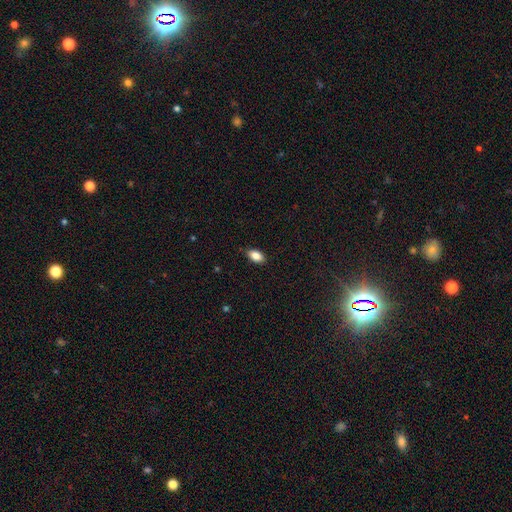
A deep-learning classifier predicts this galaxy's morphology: Smooth or featured?
  - smooth: 85% *
  - star or artifact: 8%
  - featured or disk: 7%
How rounded?
  - in between: 90% *
  - round: 6%
  - cigar-shaped: 3%
Merging?
  - none: 84% *
  - minor disturbance: 13%
  - major disturbance: 2%
  - merger: 1%